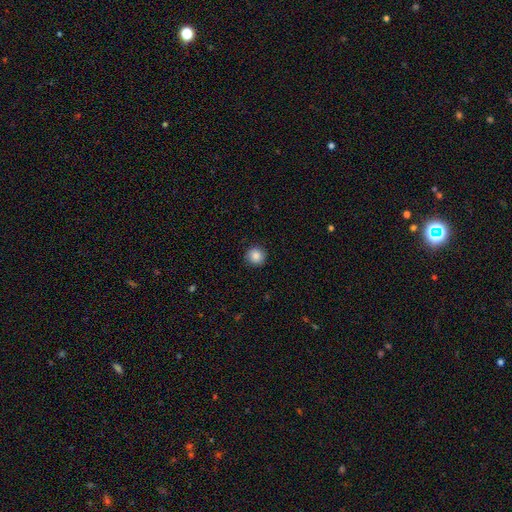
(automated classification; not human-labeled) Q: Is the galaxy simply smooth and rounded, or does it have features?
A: smooth — 86%.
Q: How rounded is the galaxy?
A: round — 94%.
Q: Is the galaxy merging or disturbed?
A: none — 90%.